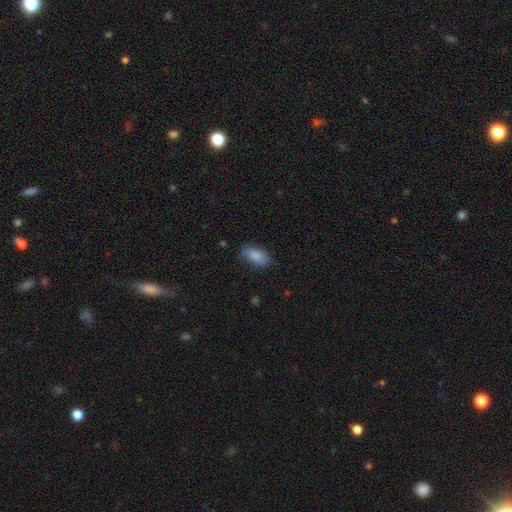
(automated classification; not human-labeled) smooth 84%, featured or disk 8%, star or artifact 8%. Down the decision tree: how rounded — in between (91%); merging — none (68%).